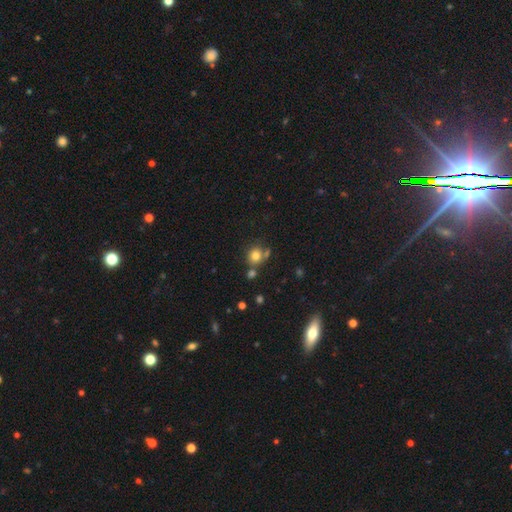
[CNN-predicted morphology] Smooth or featured? smooth (78%)
How rounded? round (84%)
Merging? none (62%)